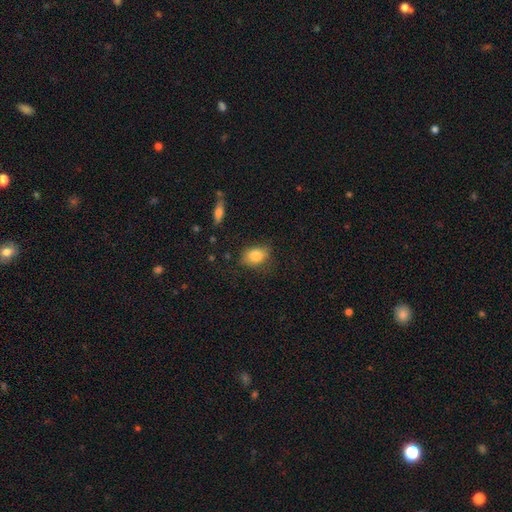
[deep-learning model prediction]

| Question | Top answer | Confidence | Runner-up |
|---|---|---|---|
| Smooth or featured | smooth | 81% | featured or disk (11%) |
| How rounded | in between | 68% | round (30%) |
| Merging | none | 70% | minor disturbance (23%) |